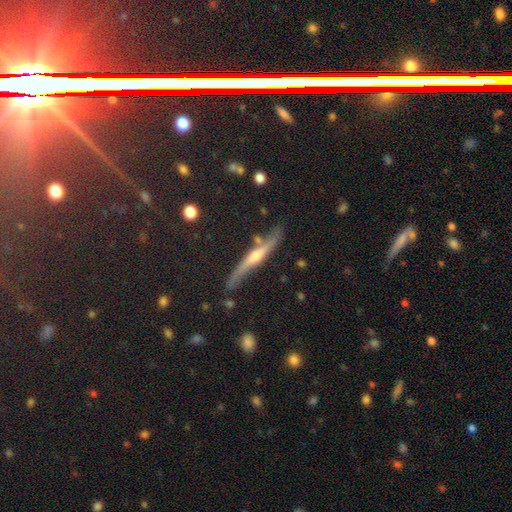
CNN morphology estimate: smooth-or-featured: featured or disk: 72% | smooth: 19% | star or artifact: 8%
  disk-edge-on: yes: 88% | no: 12%
    edge-on-bulge: rounded: 76% | none: 14% | boxy: 9%
  merging: none: 71% | minor disturbance: 19% | major disturbance: 5% | merger: 5%